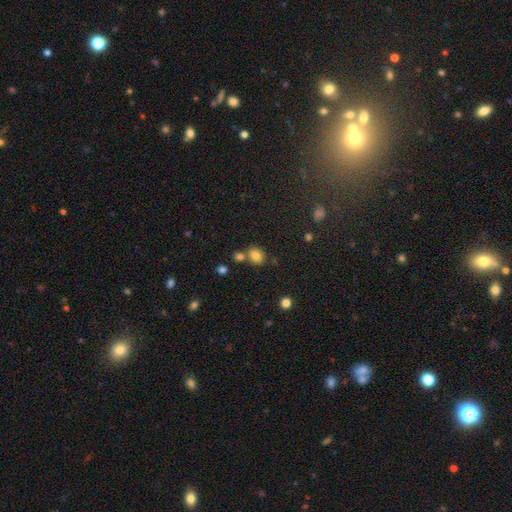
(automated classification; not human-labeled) Smooth or featured?
  - smooth: 80% *
  - star or artifact: 13%
  - featured or disk: 8%
How rounded?
  - round: 61% *
  - in between: 38%
  - cigar-shaped: 1%
Merging?
  - none: 65% *
  - merger: 20%
  - minor disturbance: 11%
  - major disturbance: 3%